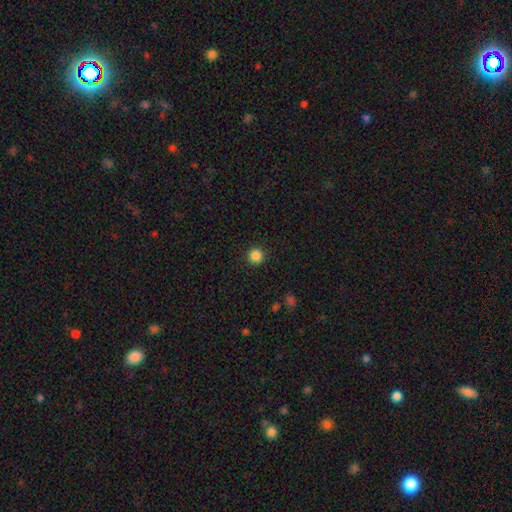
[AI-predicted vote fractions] The model was most divided on "smooth or featured": smooth: 86%, star or artifact: 11%, featured or disk: 3%. More confident: how rounded — round (95%); merging — none (92%).